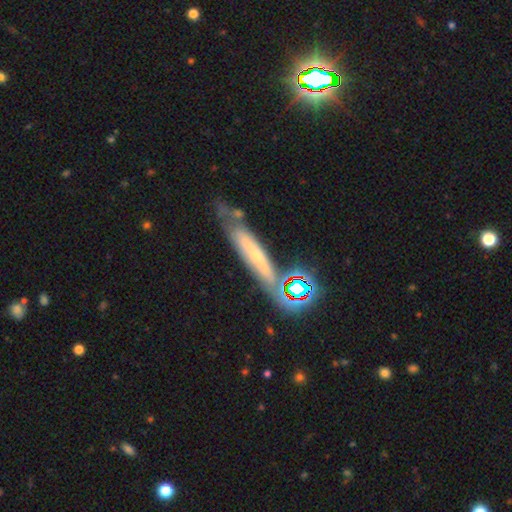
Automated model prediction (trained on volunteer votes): This is possibly a featured or disk galaxy (53%). It is possibly viewed edge-on (58%). Merging: possibly none (57%).